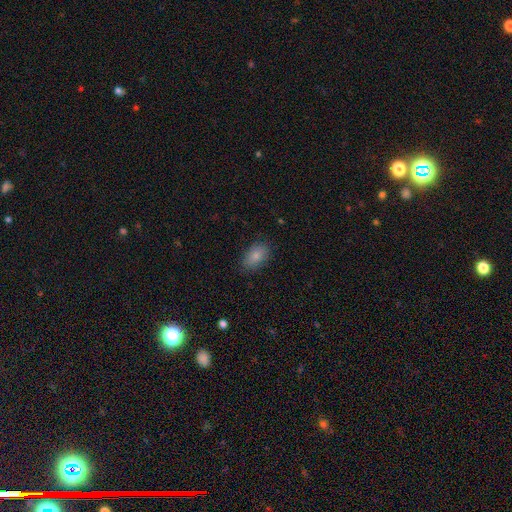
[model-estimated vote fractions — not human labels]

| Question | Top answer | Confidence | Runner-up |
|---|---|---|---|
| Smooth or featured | smooth | 82% | featured or disk (10%) |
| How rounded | in between | 89% | round (9%) |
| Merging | none | 83% | minor disturbance (13%) |